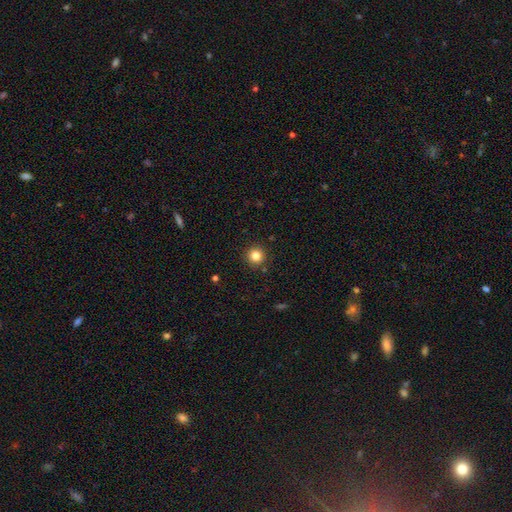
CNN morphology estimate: Overall: smooth (83%). How rounded: round (95%). Merging: none (91%).